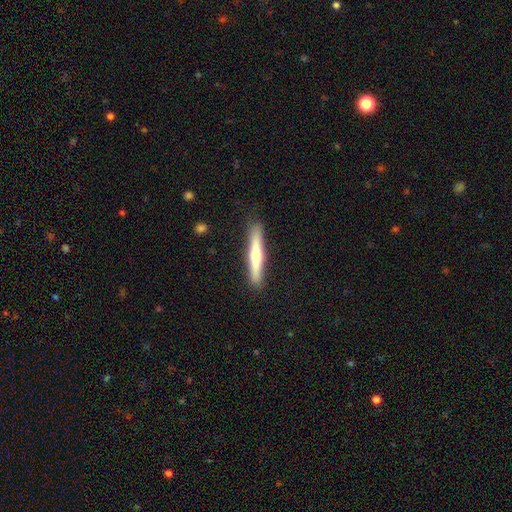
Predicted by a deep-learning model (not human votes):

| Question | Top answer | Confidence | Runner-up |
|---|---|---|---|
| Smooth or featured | smooth | 57% | featured or disk (38%) |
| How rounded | cigar-shaped | 94% | in between (5%) |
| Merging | none | 89% | minor disturbance (8%) |